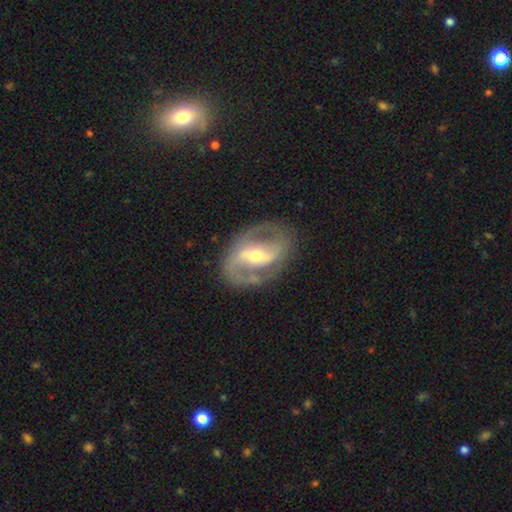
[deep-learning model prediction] This is clearly a featured or disk galaxy (85%). It is clearly not viewed edge-on (96%). Bar: possibly strong (48%). Spiral arm pattern: clearly yes (88%). Spiral arm count: clearly 2 (88%). Spiral winding: possibly medium (53%). Central bulge: possibly moderate (57%). Merging: likely none (79%).